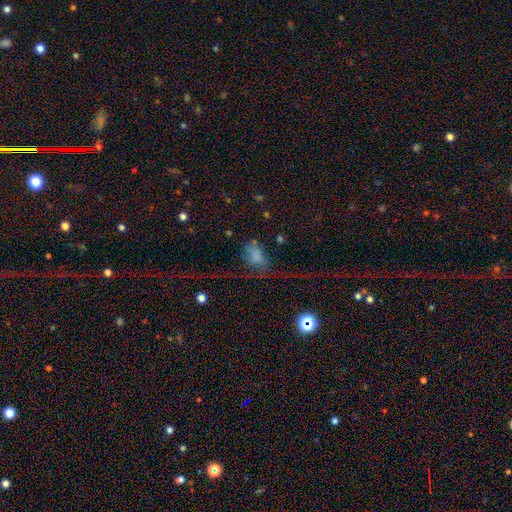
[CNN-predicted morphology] The model was most divided on "merging": major disturbance: 42%, none: 32%, minor disturbance: 20%, merger: 6%. More confident: how rounded — in between (83%); smooth or featured — smooth (61%).